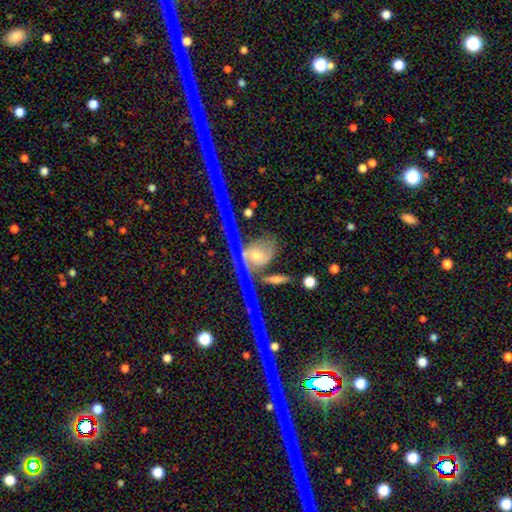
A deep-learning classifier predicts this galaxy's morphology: Overall: featured or disk (58%; star or artifact 23%). Edge-on disk: no (62%; yes 38%). Merging: none (47%; merger 22%).